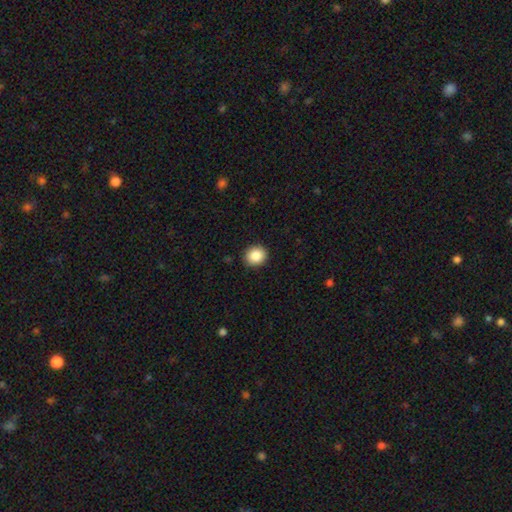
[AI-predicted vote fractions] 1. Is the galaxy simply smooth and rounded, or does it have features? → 86% smooth, 9% star or artifact, 5% featured or disk.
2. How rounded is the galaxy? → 83% round, 16% in between, 1% cigar-shaped.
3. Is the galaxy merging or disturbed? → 90% none, 7% minor disturbance, 2% major disturbance, 1% merger.